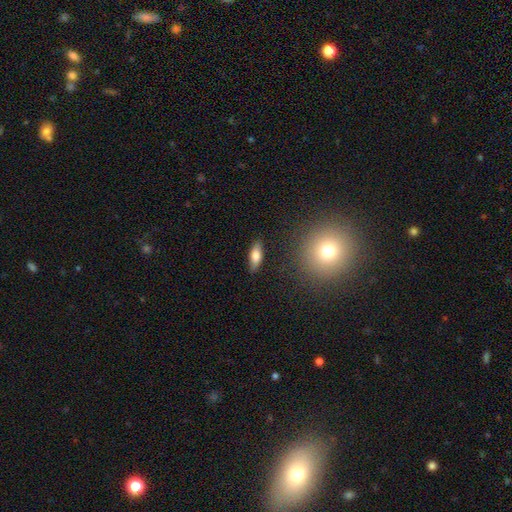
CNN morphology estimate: Smooth or featured?
  - smooth: 71% *
  - featured or disk: 22%
  - star or artifact: 7%
How rounded?
  - in between: 69% *
  - cigar-shaped: 28%
  - round: 3%
Merging?
  - none: 86% *
  - minor disturbance: 10%
  - major disturbance: 2%
  - merger: 2%